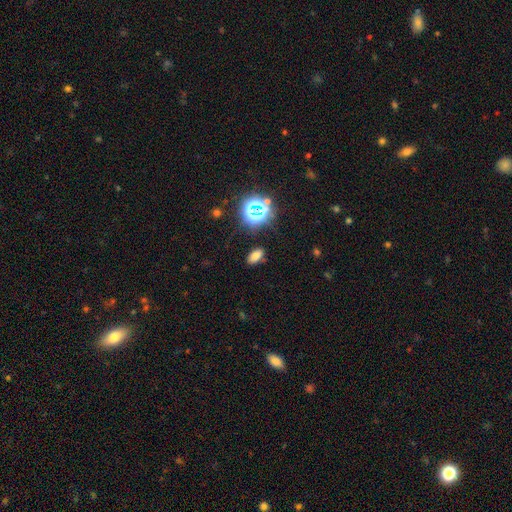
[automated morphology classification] Smooth or featured? Predicted: smooth (p=0.68). How rounded? Predicted: in between (p=0.88). Merging? Predicted: none (p=0.86).